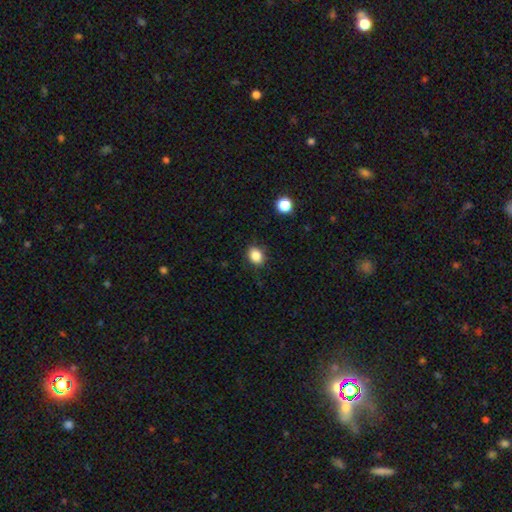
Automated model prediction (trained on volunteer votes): The model was most divided on "how rounded": in between: 54%, round: 45%, cigar-shaped: 1%. More confident: smooth or featured — smooth (85%); merging — none (82%).